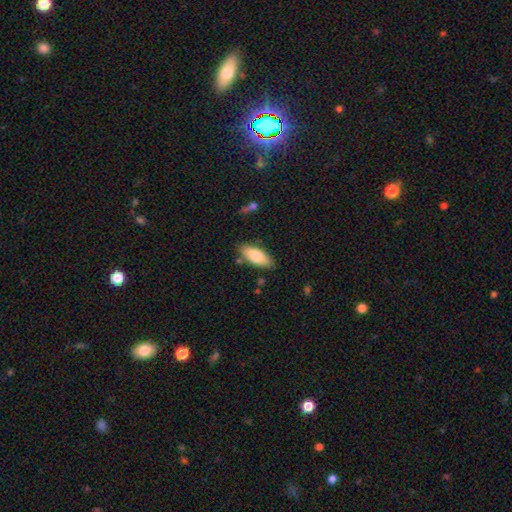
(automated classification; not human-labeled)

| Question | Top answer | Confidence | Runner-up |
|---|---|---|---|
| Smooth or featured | smooth | 79% | featured or disk (15%) |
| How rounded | in between | 82% | cigar-shaped (16%) |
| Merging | none | 80% | minor disturbance (14%) |